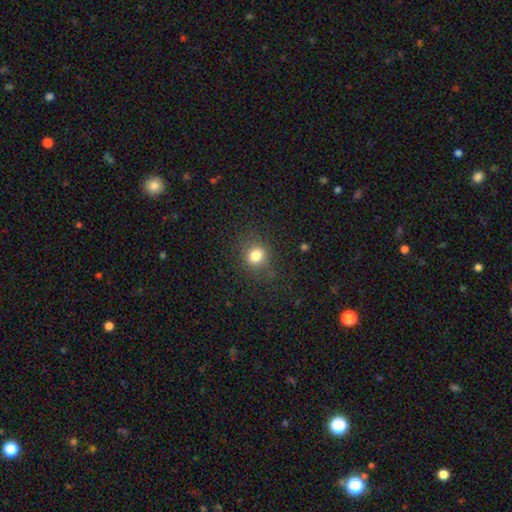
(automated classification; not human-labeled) Smooth or featured?
  - smooth: 79% *
  - star or artifact: 14%
  - featured or disk: 7%
How rounded?
  - round: 76% *
  - in between: 23%
  - cigar-shaped: 1%
Merging?
  - none: 81% *
  - minor disturbance: 12%
  - major disturbance: 5%
  - merger: 1%